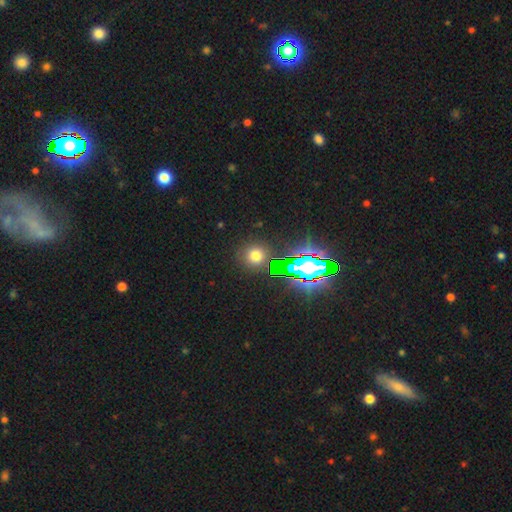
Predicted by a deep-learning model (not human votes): Morphology: type=smooth (63%); roundness=round (89%); merging=none (85%).